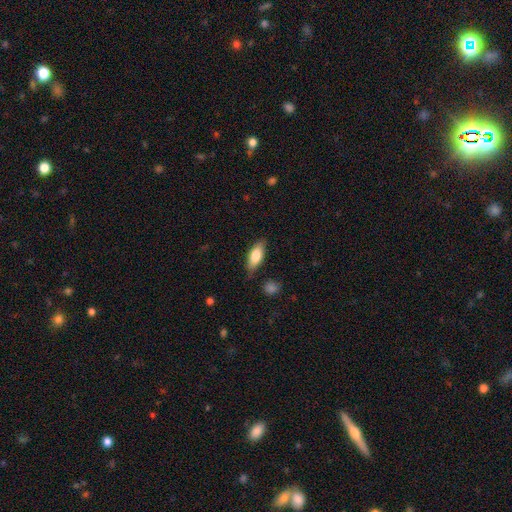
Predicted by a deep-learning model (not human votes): Smooth or featured: smooth — 76% (featured or disk — 18%)
How rounded: in between — 73% (cigar-shaped — 25%)
Merging: none — 79% (minor disturbance — 16%)